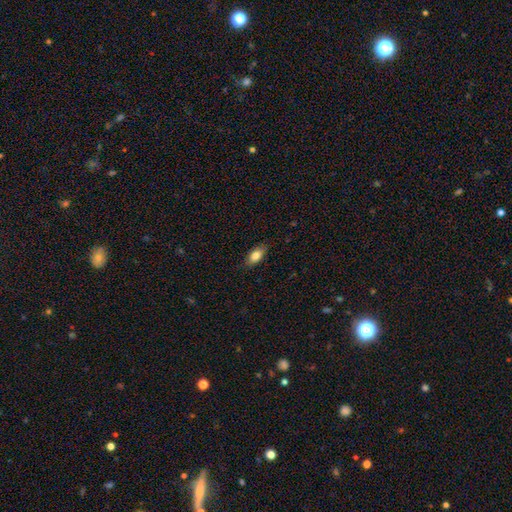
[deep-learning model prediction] smooth-or-featured: smooth: 78% | featured or disk: 14% | star or artifact: 7%
  how-rounded: in between: 84% | cigar-shaped: 12% | round: 4%
  merging: none: 85% | minor disturbance: 12% | major disturbance: 2% | merger: 1%